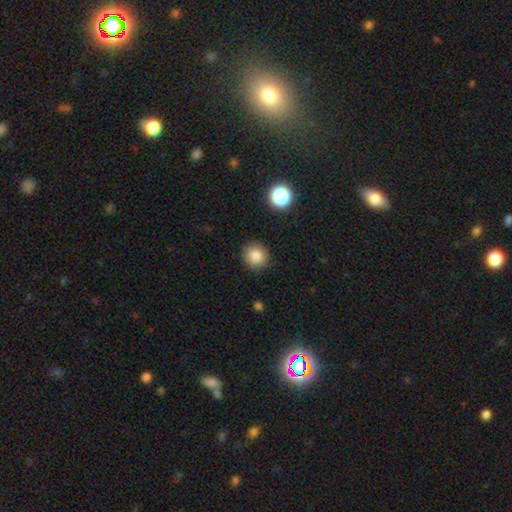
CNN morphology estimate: Smooth or featured?
  - smooth: 84% *
  - star or artifact: 11%
  - featured or disk: 5%
How rounded?
  - round: 89% *
  - in between: 10%
  - cigar-shaped: 1%
Merging?
  - none: 90% *
  - minor disturbance: 7%
  - major disturbance: 2%
  - merger: 1%